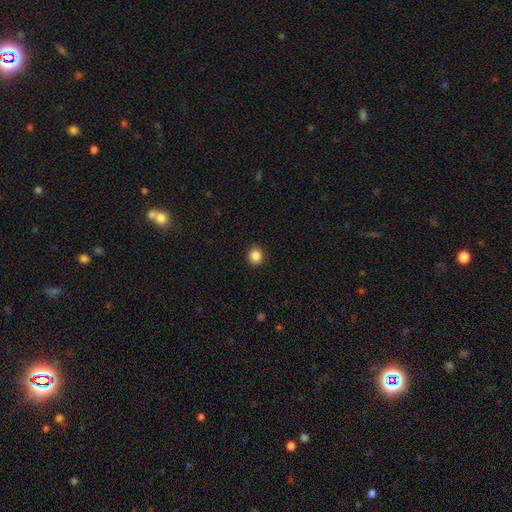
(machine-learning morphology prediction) A smooth galaxy with no disk features (87%) that is round (82%). Merging: none (92%).